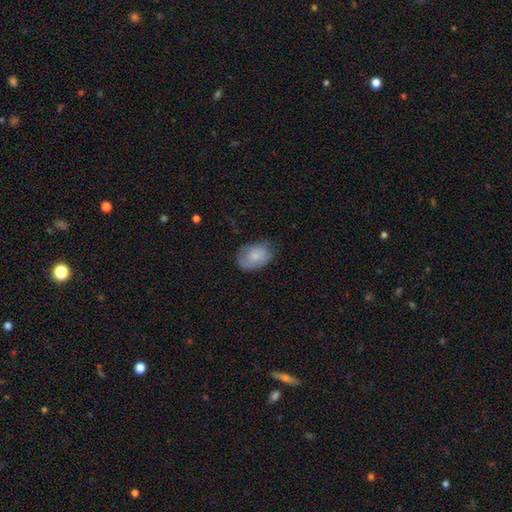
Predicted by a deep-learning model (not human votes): Q: Smooth or featured?
A: smooth (74%); runner-up: featured or disk (19%)
Q: How rounded?
A: in between (77%); runner-up: round (21%)
Q: Merging?
A: none (59%); runner-up: minor disturbance (30%)